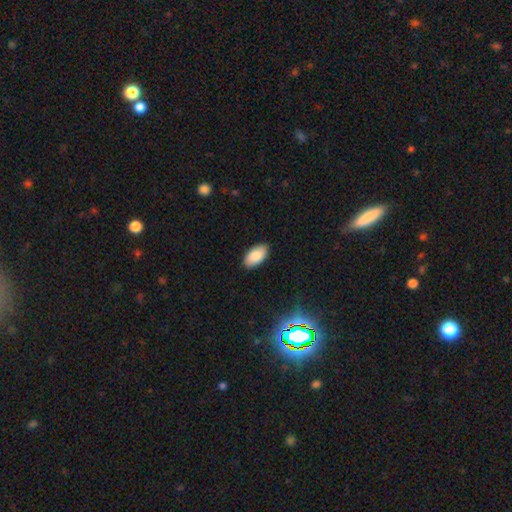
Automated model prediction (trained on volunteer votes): smooth_or_featured: smooth (p=0.87) [alt: star or artifact p=0.07]
how_rounded: in between (p=0.95) [alt: round p=0.03]
merging: none (p=0.88) [alt: minor disturbance p=0.09]